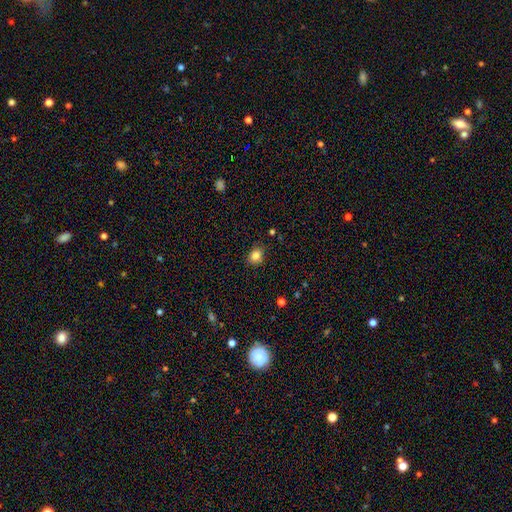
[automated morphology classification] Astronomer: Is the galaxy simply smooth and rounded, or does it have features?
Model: smooth — 83%.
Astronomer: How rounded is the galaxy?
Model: round — 65%.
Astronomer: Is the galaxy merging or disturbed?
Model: none — 84%.